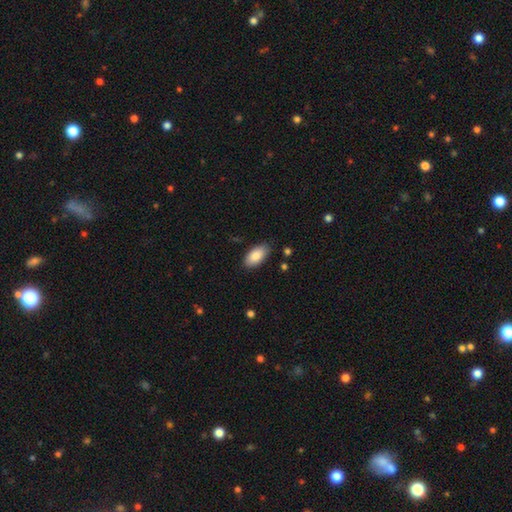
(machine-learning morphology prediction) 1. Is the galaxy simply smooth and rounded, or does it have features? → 87% smooth, 7% featured or disk, 6% star or artifact.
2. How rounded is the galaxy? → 94% in between, 3% cigar-shaped, 2% round.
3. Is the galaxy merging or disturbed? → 85% none, 11% minor disturbance, 2% major disturbance, 1% merger.